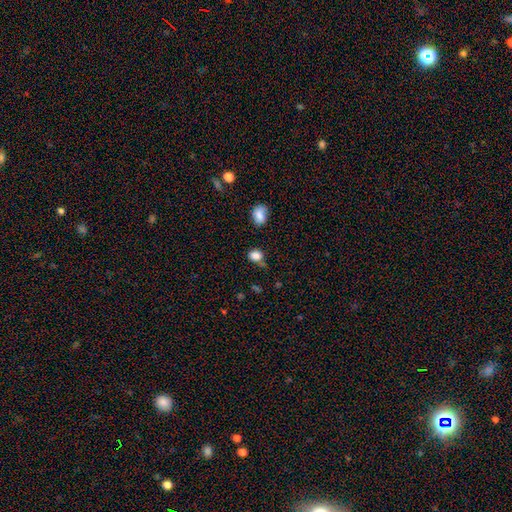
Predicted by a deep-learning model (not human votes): smooth_or_featured: smooth (p=0.84) [alt: star or artifact p=0.11]
how_rounded: round (p=0.54) [alt: in between p=0.45]
merging: none (p=0.60) [alt: minor disturbance p=0.26]